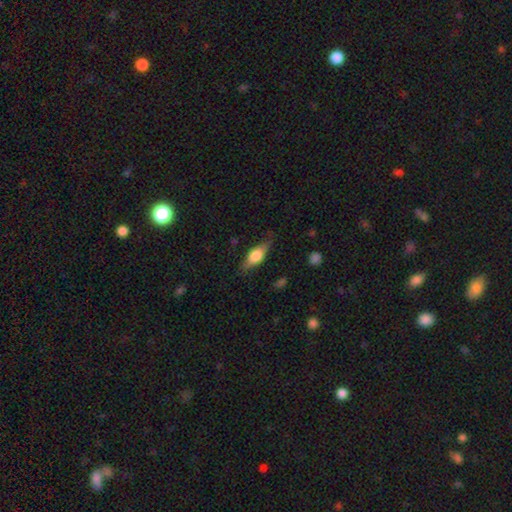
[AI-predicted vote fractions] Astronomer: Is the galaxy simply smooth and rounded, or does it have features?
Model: smooth — 51% (runner-up: featured or disk, 42%).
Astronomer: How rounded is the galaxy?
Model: in between — 68%.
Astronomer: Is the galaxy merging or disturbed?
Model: none — 77%.